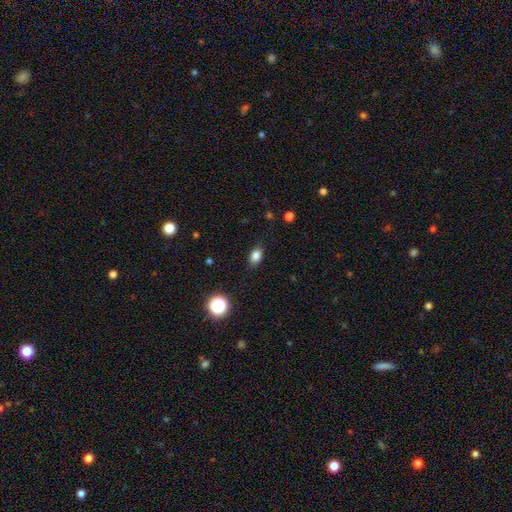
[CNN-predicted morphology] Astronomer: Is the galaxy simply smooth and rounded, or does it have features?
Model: smooth — 83%.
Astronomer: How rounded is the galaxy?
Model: in between — 79%.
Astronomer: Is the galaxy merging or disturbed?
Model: none — 86%.